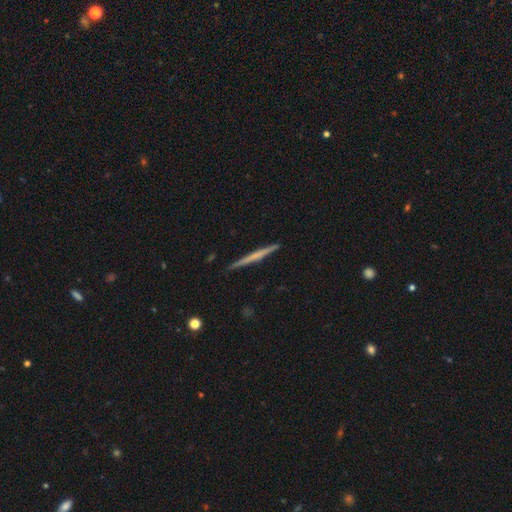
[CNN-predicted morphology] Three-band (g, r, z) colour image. It shows a featured or disk galaxy (57%) viewed edge-on (98%) with no central bulge (75%). Merging: none (91%).